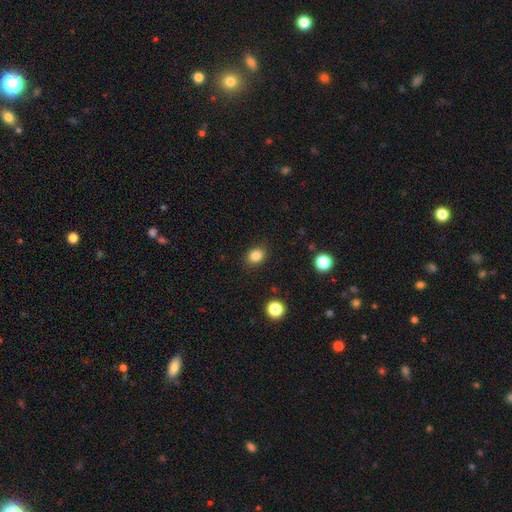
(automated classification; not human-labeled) Morphology: type=smooth (84%); roundness=round (52%); merging=none (88%).